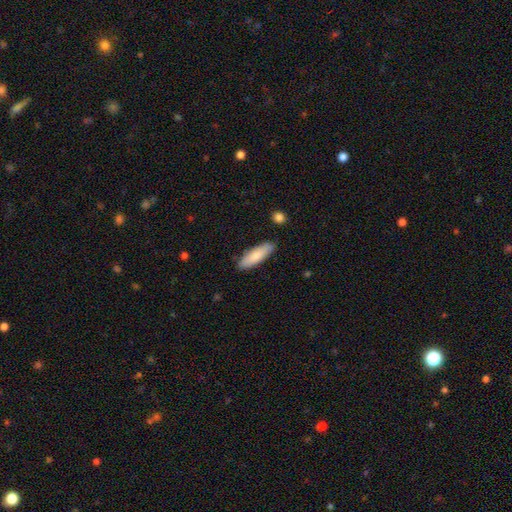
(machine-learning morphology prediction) type=smooth (81%); roundness=cigar-shaped (51%); merging=none (87%).